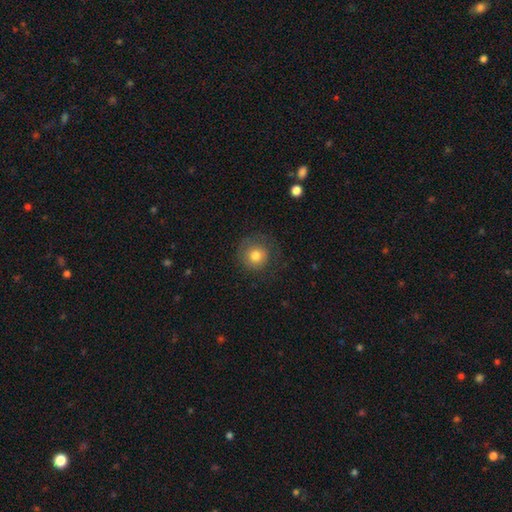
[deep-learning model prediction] smooth_or_featured: smooth (p=0.76) [alt: featured or disk p=0.14]
how_rounded: round (p=0.93) [alt: in between p=0.06]
merging: none (p=0.72) [alt: minor disturbance p=0.16]